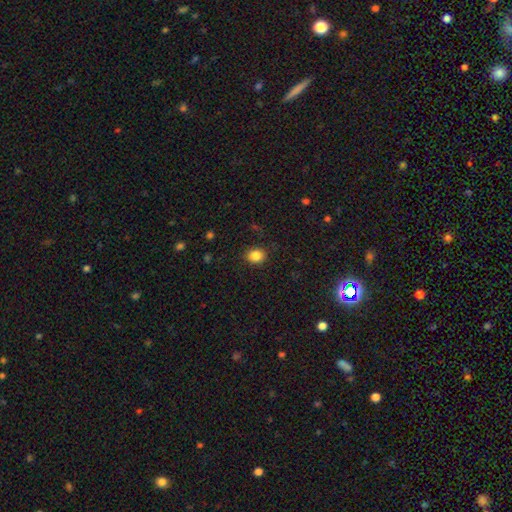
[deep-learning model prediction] smooth_or_featured: smooth (p=0.85) [alt: star or artifact p=0.11]
how_rounded: round (p=0.64) [alt: in between p=0.35]
merging: none (p=0.88) [alt: minor disturbance p=0.09]